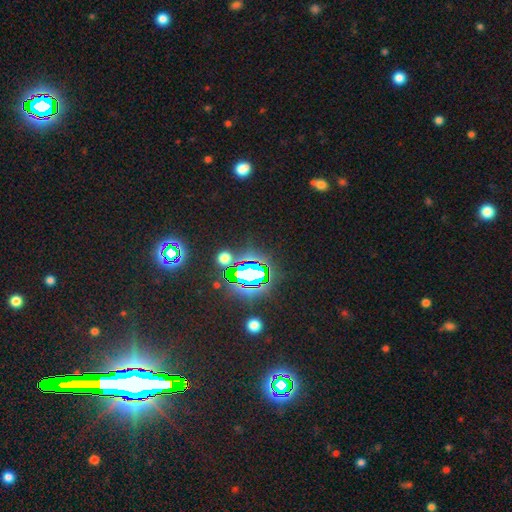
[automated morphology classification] Q: Smooth or featured?
A: star or artifact (83%); runner-up: smooth (9%)